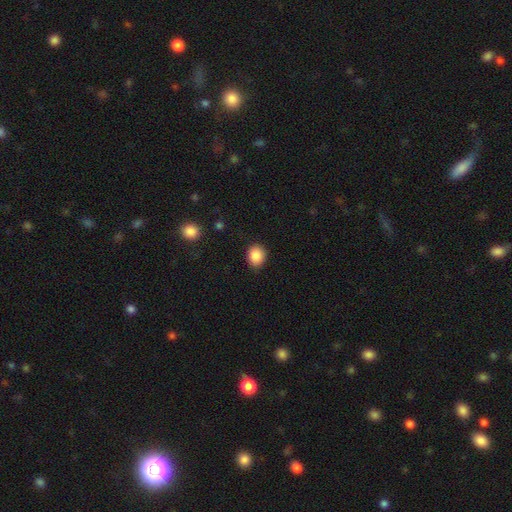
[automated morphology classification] This appears to be a smooth galaxy with no disk features (88%) that is round (60%). Merging: none (87%).